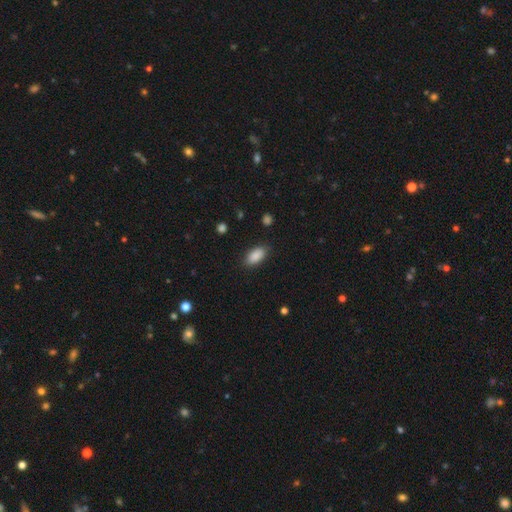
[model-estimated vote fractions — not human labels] Smooth or featured?
  - smooth: 89% *
  - star or artifact: 7%
  - featured or disk: 4%
How rounded?
  - in between: 91% *
  - cigar-shaped: 6%
  - round: 3%
Merging?
  - none: 86% *
  - minor disturbance: 10%
  - major disturbance: 3%
  - merger: 1%